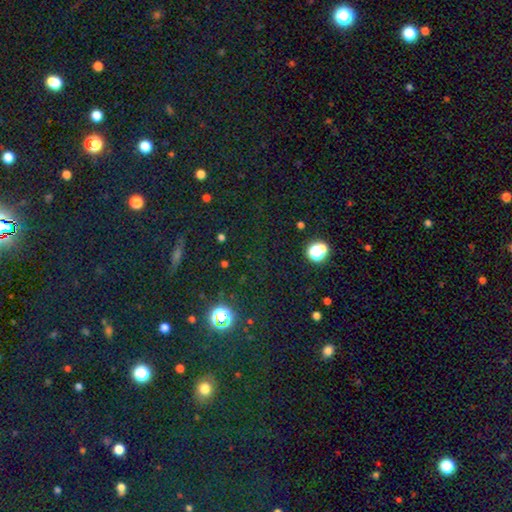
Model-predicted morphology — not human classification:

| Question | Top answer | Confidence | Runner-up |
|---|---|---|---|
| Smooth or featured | star or artifact | 69% | smooth (21%) |